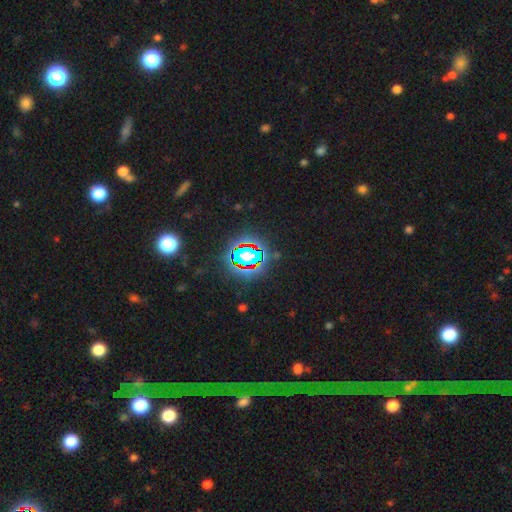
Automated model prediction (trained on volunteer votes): smooth-or-featured: star or artifact: 82% | smooth: 11% | featured or disk: 8%